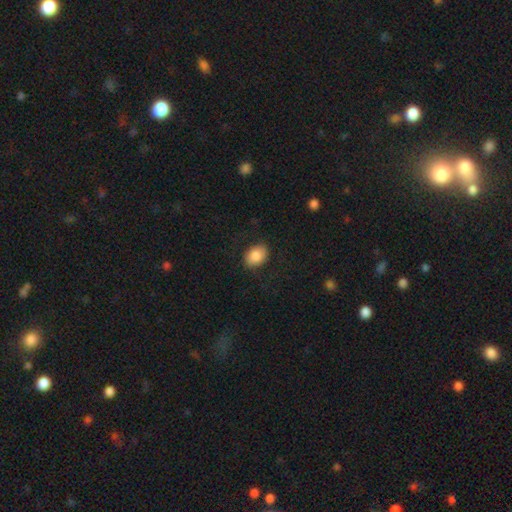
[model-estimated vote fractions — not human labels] Smooth or featured: smooth — 85% (featured or disk — 8%)
How rounded: in between — 74% (round — 25%)
Merging: none — 83% (minor disturbance — 12%)